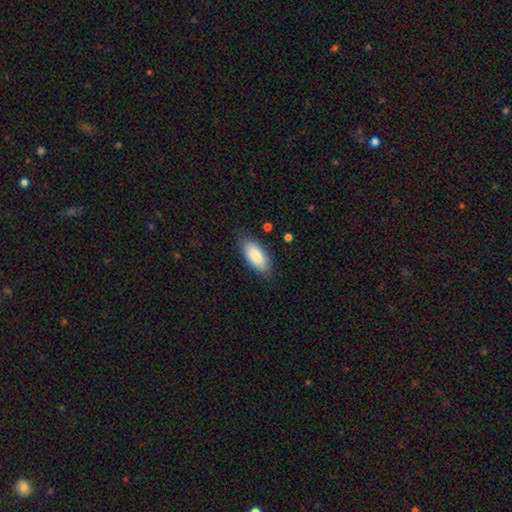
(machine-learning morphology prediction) type=smooth (85%); roundness=in between (90%); merging=none (82%).